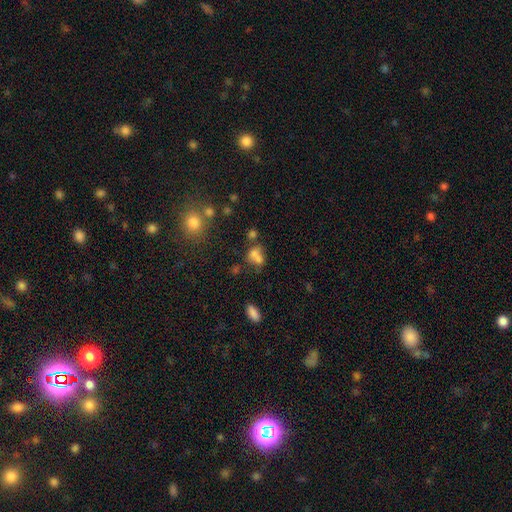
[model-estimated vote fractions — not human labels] This is likely a smooth galaxy (67%). How rounded: possibly in between (58%). Merging: possibly merger (51%).